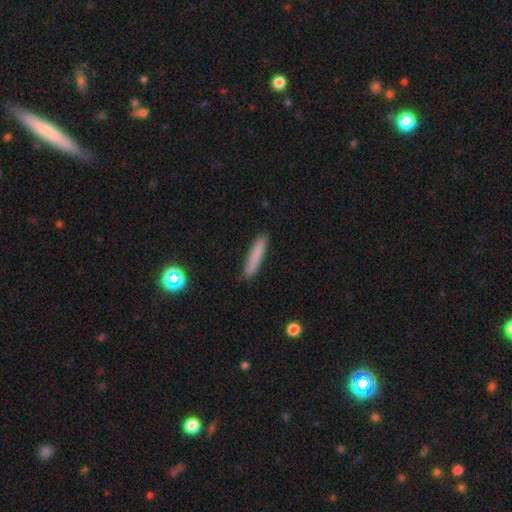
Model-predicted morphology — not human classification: Q: Smooth or featured?
A: smooth (80%); runner-up: featured or disk (12%)
Q: How rounded?
A: cigar-shaped (92%); runner-up: in between (7%)
Q: Merging?
A: none (88%); runner-up: minor disturbance (8%)